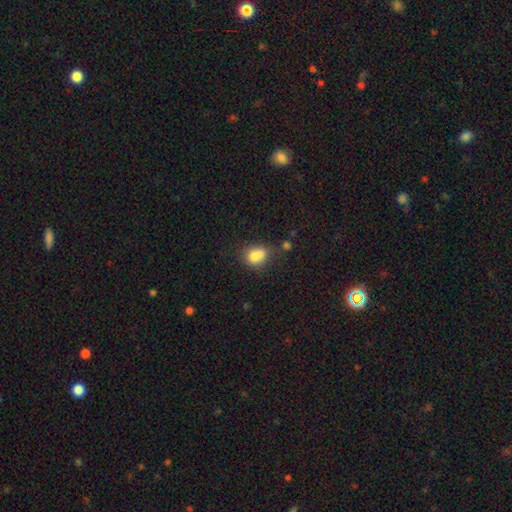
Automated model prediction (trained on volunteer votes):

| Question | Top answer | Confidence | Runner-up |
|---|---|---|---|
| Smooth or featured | smooth | 74% | featured or disk (16%) |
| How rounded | round | 58% | in between (40%) |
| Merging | merger | 50% | none (32%) |